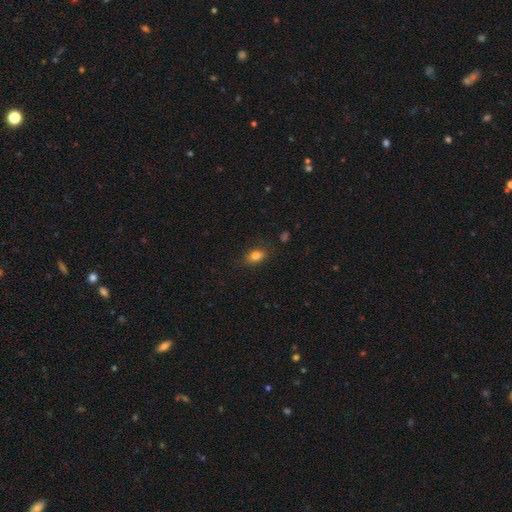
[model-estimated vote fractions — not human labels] A smooth galaxy with no disk features (81%) that is in between round and cigar-shaped (77%).

Vote fractions:
- Smooth or featured? smooth: 81% / star or artifact: 10% / featured or disk: 8%
- How rounded? in between: 77% / round: 20% / cigar-shaped: 3%
- Merging? none: 81% / minor disturbance: 14% / major disturbance: 4% / merger: 1%